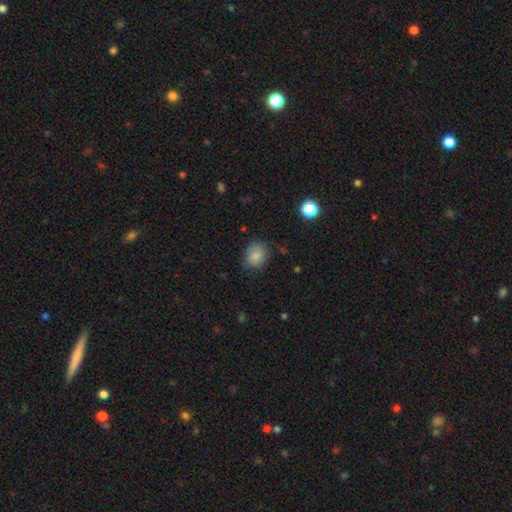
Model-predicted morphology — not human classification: Q: Smooth or featured?
A: smooth (83%); runner-up: star or artifact (9%)
Q: How rounded?
A: round (58%); runner-up: in between (41%)
Q: Merging?
A: none (75%); runner-up: minor disturbance (19%)